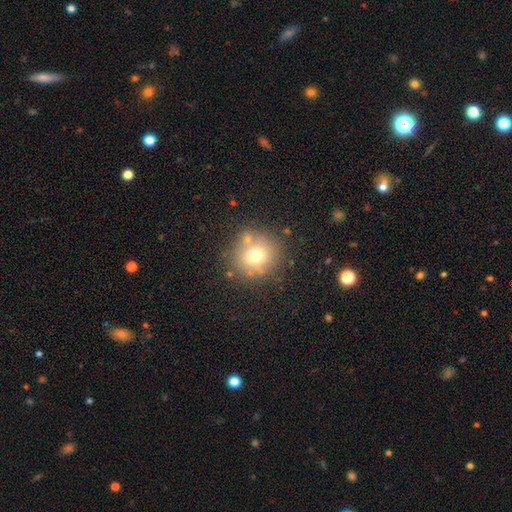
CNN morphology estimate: Smooth or featured? smooth (68%)
How rounded? round (91%)
Merging? none (75%)